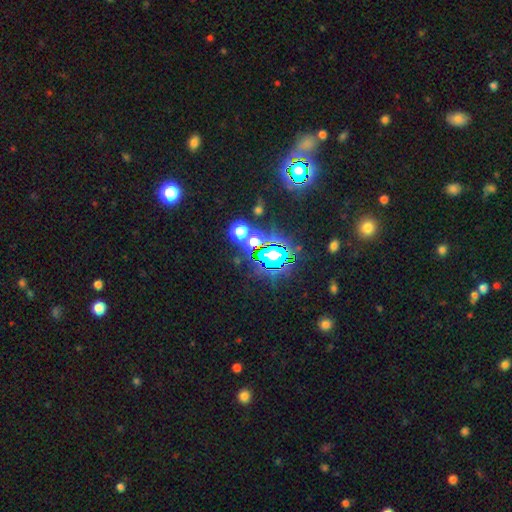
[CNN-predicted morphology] type=star or artifact (81%).